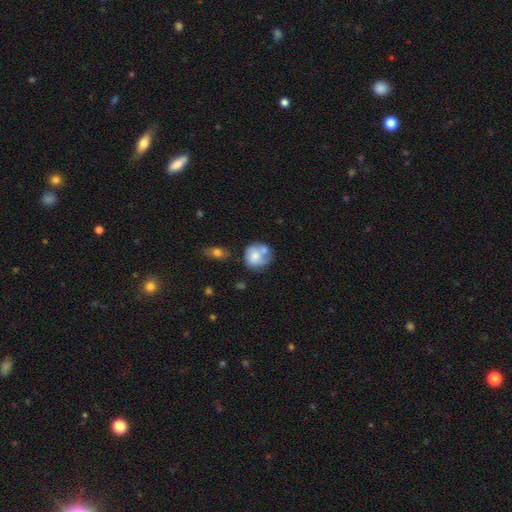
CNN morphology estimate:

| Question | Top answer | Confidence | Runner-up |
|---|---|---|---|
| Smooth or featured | smooth | 62% | featured or disk (30%) |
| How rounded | round | 76% | in between (23%) |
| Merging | none | 40% | merger (31%) |